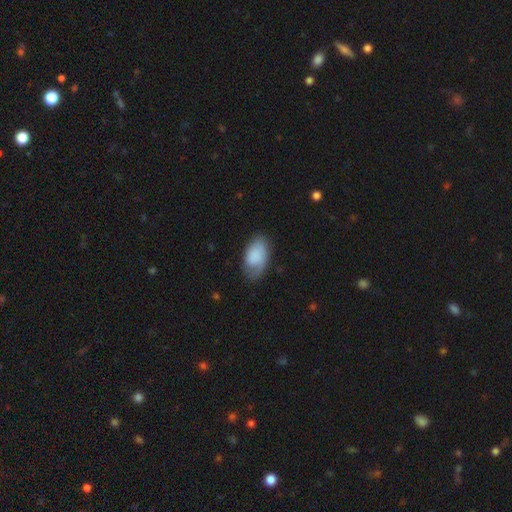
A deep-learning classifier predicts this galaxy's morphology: A smooth galaxy with no disk features (75%) that is in between round and cigar-shaped (93%). Merging: none (62%).